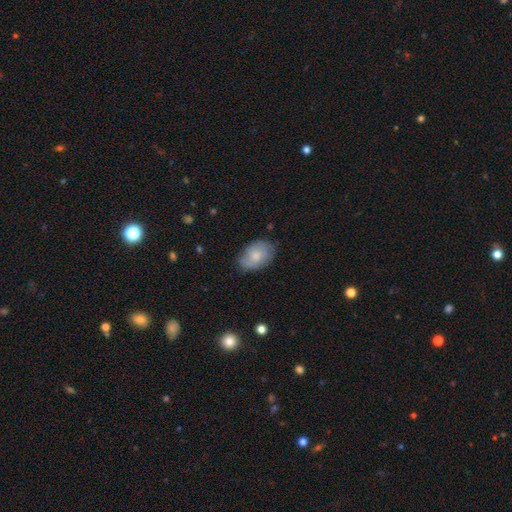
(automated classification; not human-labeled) Q: Smooth or featured?
A: smooth (65%); runner-up: featured or disk (29%)
Q: How rounded?
A: in between (86%); runner-up: round (12%)
Q: Merging?
A: none (69%); runner-up: minor disturbance (24%)